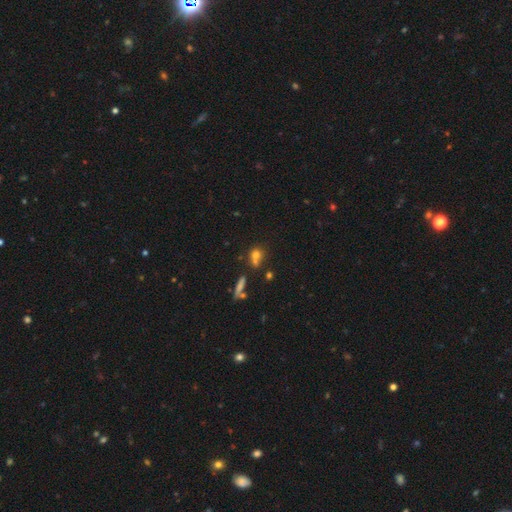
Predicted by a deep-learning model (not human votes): smooth_or_featured: smooth (p=0.70) [alt: star or artifact p=0.16]
how_rounded: round (p=0.67) [alt: in between p=0.27]
merging: none (p=0.45) [alt: merger p=0.39]